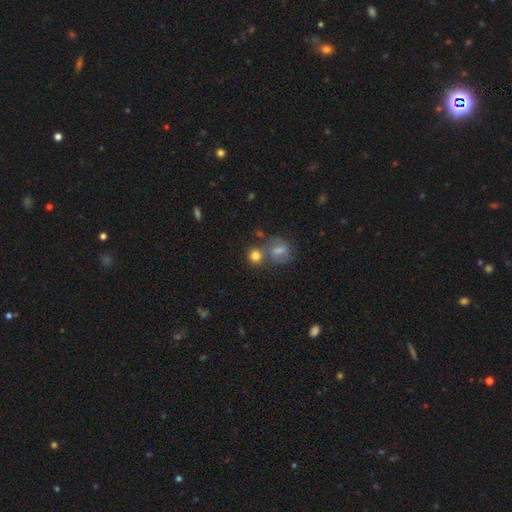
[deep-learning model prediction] smooth_or_featured: smooth (p=0.74) [alt: featured or disk p=0.16]
how_rounded: round (p=0.82) [alt: in between p=0.16]
merging: none (p=0.57) [alt: merger p=0.27]